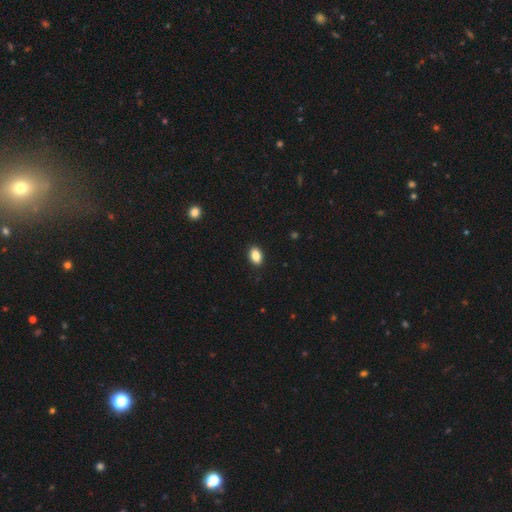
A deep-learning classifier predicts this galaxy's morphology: Smooth or featured: smooth — 86% (star or artifact — 8%)
How rounded: in between — 87% (round — 11%)
Merging: none — 89% (minor disturbance — 8%)